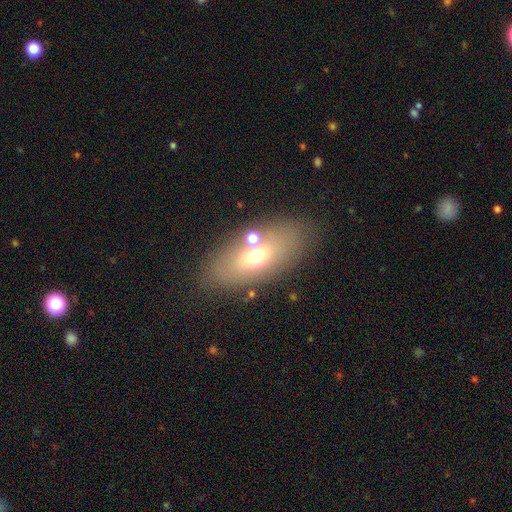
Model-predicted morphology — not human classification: Q: Smooth or featured?
A: smooth (60%); runner-up: featured or disk (28%)
Q: How rounded?
A: in between (86%); runner-up: round (8%)
Q: Merging?
A: none (72%); runner-up: minor disturbance (12%)